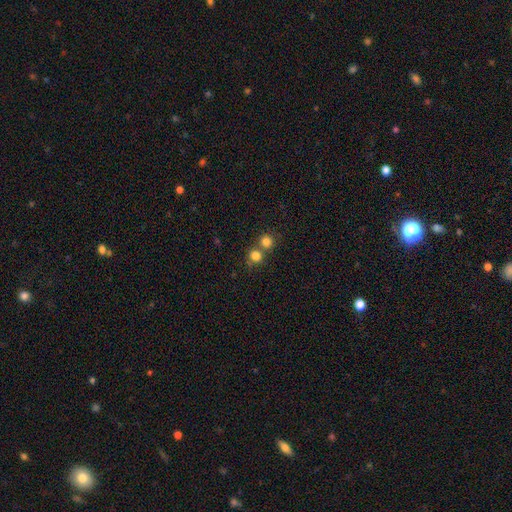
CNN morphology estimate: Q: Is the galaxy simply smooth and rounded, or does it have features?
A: smooth — 81%.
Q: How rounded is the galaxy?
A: round — 85%.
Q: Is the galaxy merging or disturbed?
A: none — 51%.